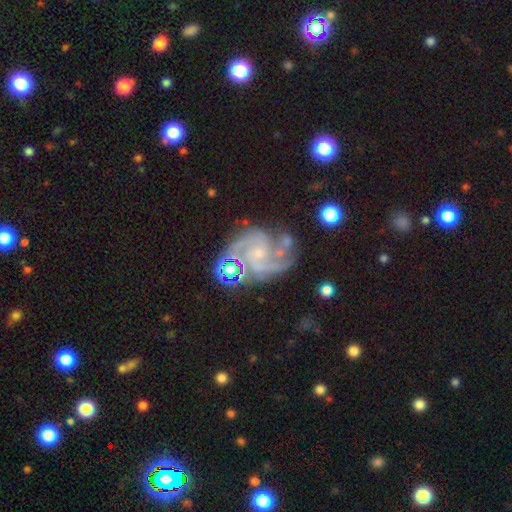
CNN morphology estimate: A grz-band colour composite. It shows a featured or disk galaxy (88%) with no bar (61%), 2 (46%) medium (52%) spiral arms (98%) and a small central bulge (75%). Merging: none (63%).